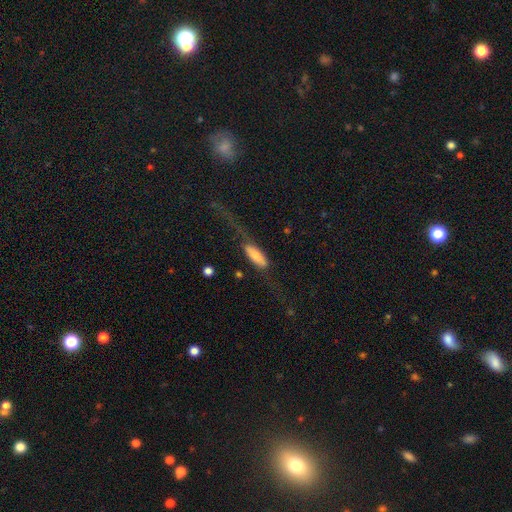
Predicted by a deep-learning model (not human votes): smooth 70%, featured or disk 24%, star or artifact 6%. Down the decision tree: how rounded — in between (57%); merging — major disturbance (41%).